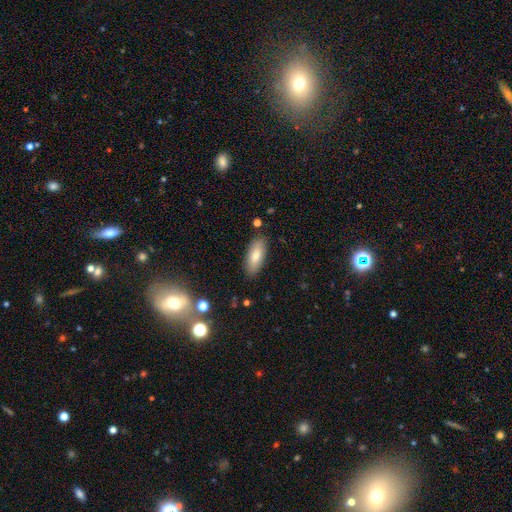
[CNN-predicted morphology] This appears to be a smooth galaxy with no disk features (77%) that is in between round and cigar-shaped (82%). Merging: none (86%).